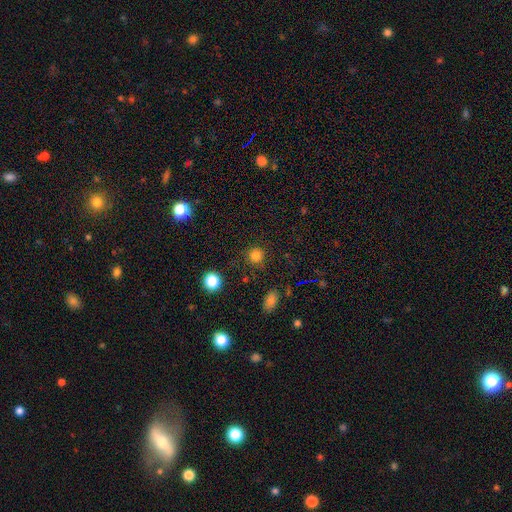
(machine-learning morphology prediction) Smooth or featured?
  - smooth: 81% *
  - star or artifact: 15%
  - featured or disk: 4%
How rounded?
  - round: 93% *
  - in between: 6%
  - cigar-shaped: 1%
Merging?
  - none: 88% *
  - minor disturbance: 7%
  - major disturbance: 3%
  - merger: 2%